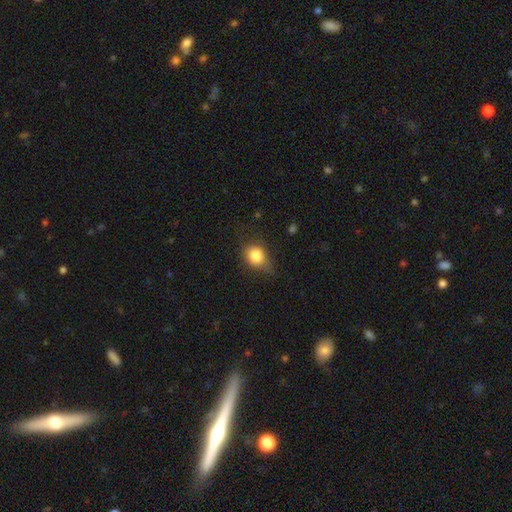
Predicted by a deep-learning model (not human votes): Smooth or featured? Predicted: smooth (p=0.82). How rounded? Predicted: round (p=0.57). Merging? Predicted: none (p=0.58).